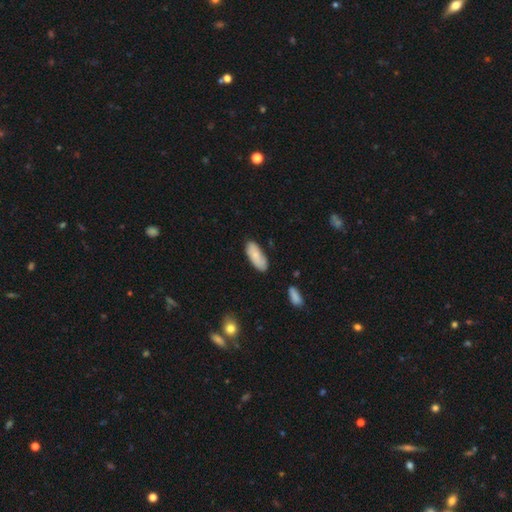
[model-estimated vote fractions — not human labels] Q: Smooth or featured?
A: smooth (79%); runner-up: featured or disk (15%)
Q: How rounded?
A: in between (85%); runner-up: cigar-shaped (14%)
Q: Merging?
A: none (74%); runner-up: minor disturbance (20%)